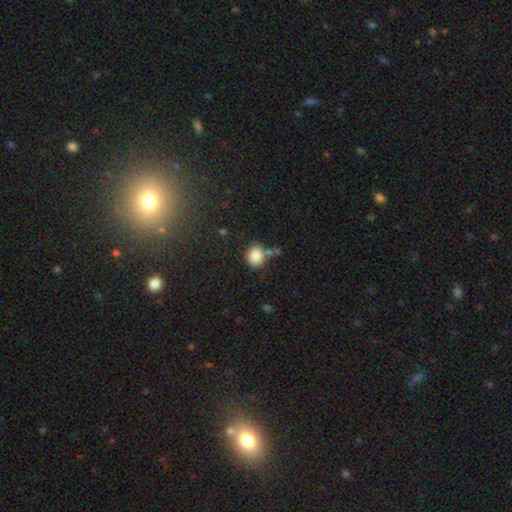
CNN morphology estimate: A smooth galaxy with no disk features (85%) that is round (60%). Merging: none (62%).